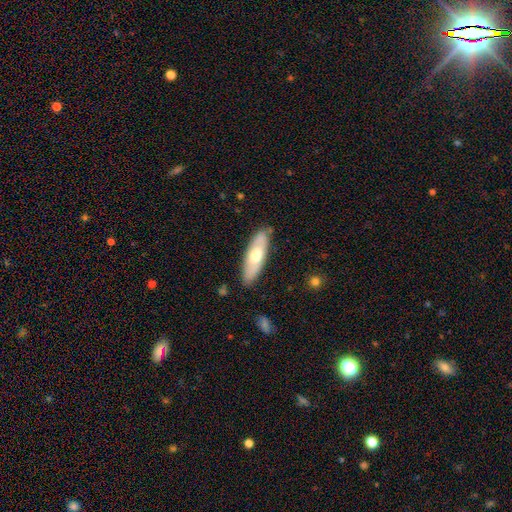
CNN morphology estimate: smooth 55%, featured or disk 39%, star or artifact 5%. Down the decision tree: how rounded — in between (54%); merging — none (84%).